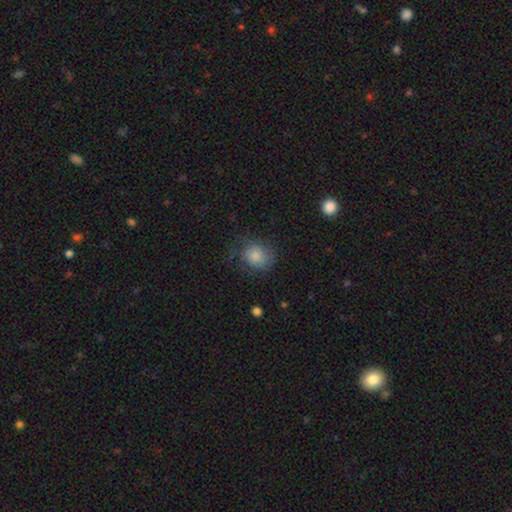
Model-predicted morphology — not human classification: Smooth or featured? smooth (79%)
How rounded? round (74%)
Merging? none (58%)